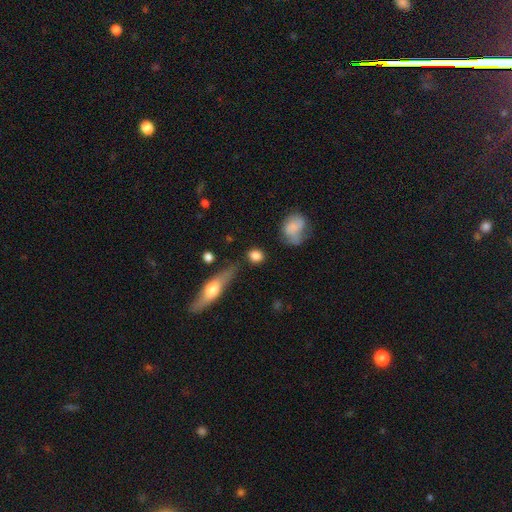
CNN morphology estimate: This appears to be a smooth galaxy with no disk features (82%) that is round (58%). Merging: none (74%).